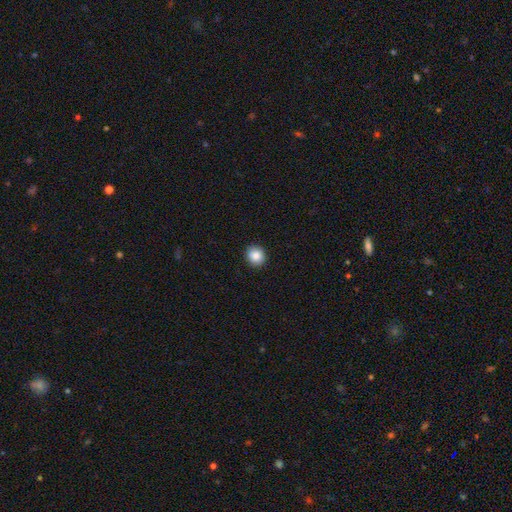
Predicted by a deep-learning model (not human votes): Smooth or featured? smooth (87%)
How rounded? round (86%)
Merging? none (91%)